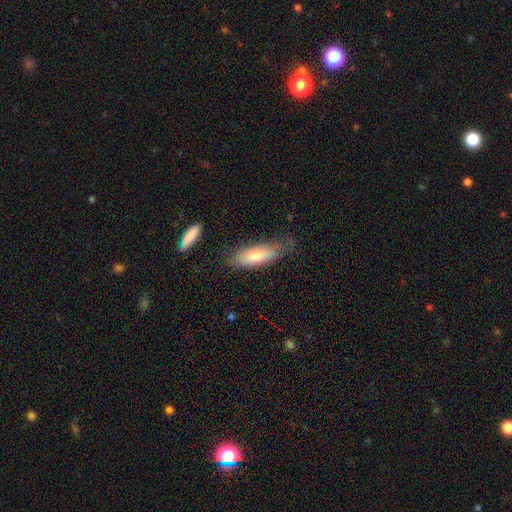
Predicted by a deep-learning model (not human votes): smooth 80%, featured or disk 14%, star or artifact 6%. Down the decision tree: how rounded — in between (65%); merging — none (53%).